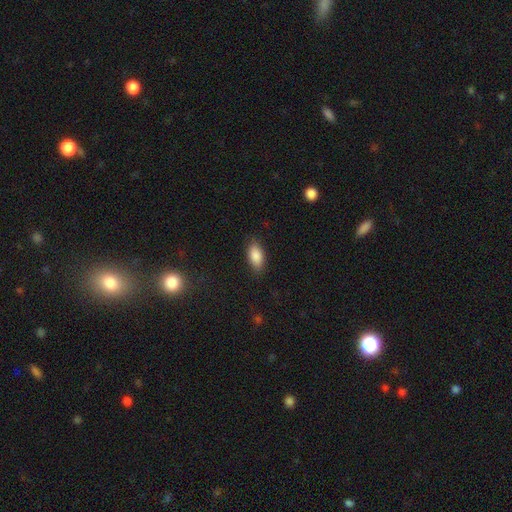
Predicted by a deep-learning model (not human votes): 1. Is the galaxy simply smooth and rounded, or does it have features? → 87% smooth, 7% star or artifact, 6% featured or disk.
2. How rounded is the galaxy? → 90% in between, 7% cigar-shaped, 3% round.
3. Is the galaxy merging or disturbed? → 84% none, 11% minor disturbance, 3% major disturbance, 1% merger.